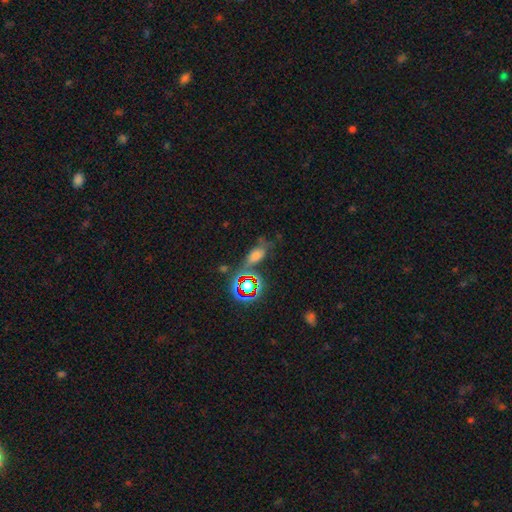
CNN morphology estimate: smooth-or-featured: smooth: 53% | star or artifact: 29% | featured or disk: 18%
  how-rounded: in between: 76% | cigar-shaped: 13% | round: 11%
  merging: none: 51% | minor disturbance: 23% | major disturbance: 15% | merger: 11%